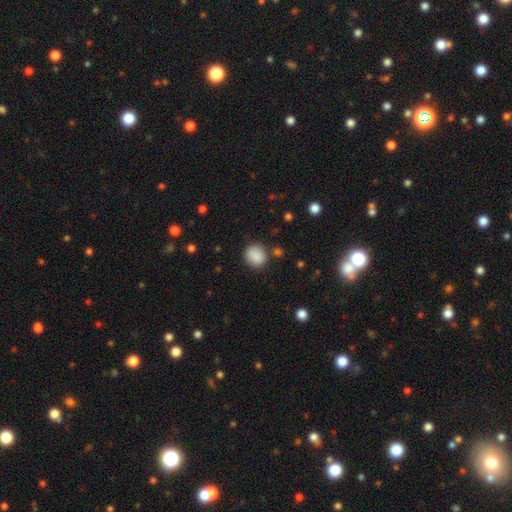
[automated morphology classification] Smooth or featured? smooth (88%)
How rounded? round (79%)
Merging? none (83%)